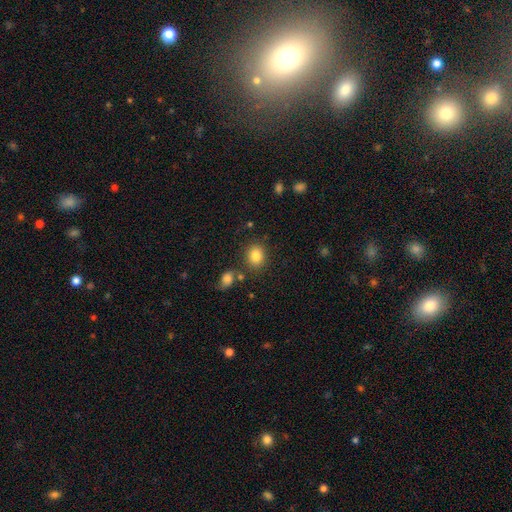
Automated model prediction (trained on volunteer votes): This is clearly a smooth galaxy (84%). How rounded: possibly round (55%). Merging: clearly none (81%).